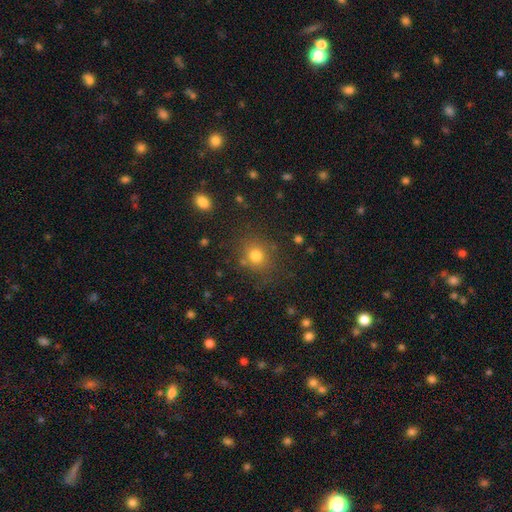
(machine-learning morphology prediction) This appears to be a smooth galaxy with no disk features (77%) that is round (79%). Merging: none (79%).